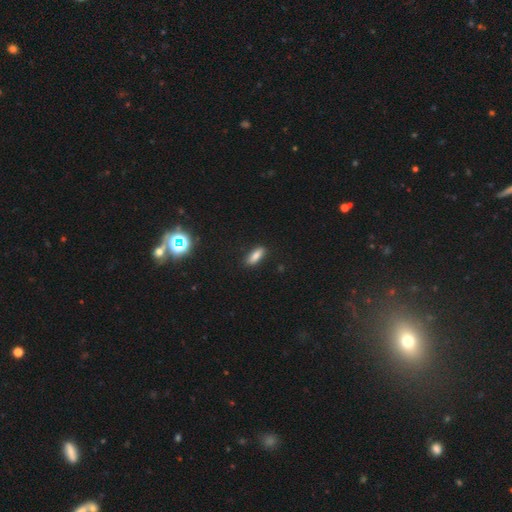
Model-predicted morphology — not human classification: smooth 80%, star or artifact 10%, featured or disk 10%. Down the decision tree: how rounded — in between (62%); merging — none (87%).